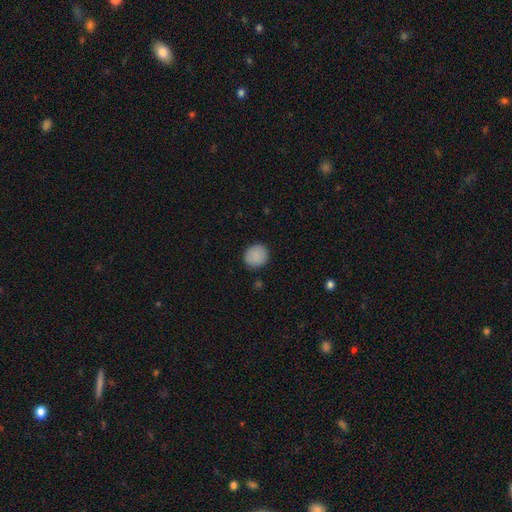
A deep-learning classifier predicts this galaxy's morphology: smooth 88%, star or artifact 7%, featured or disk 4%. Down the decision tree: how rounded — round (84%); merging — none (89%).